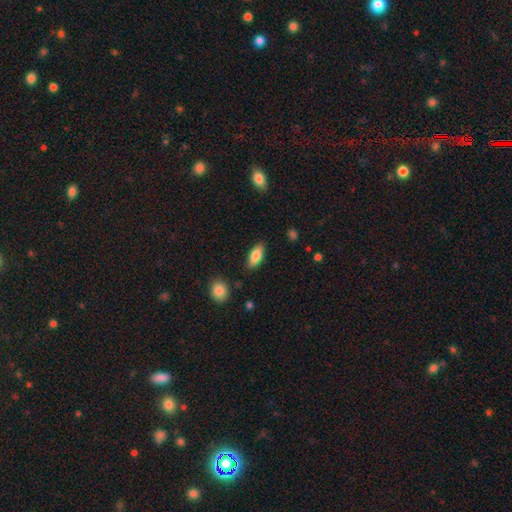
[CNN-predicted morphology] This is clearly a smooth galaxy (82%). How rounded: clearly in between (82%). Merging: clearly none (86%).